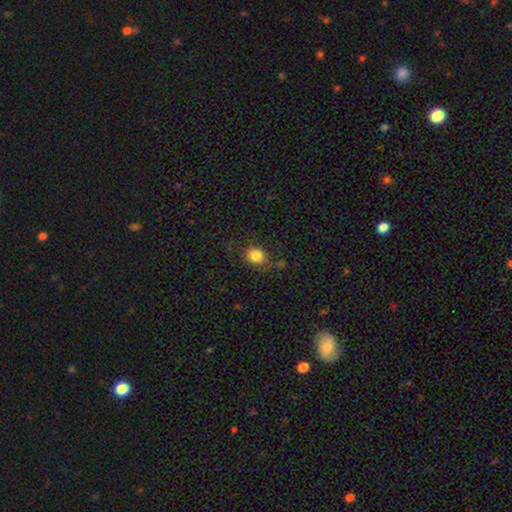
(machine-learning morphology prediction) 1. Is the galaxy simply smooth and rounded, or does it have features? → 84% smooth, 11% star or artifact, 5% featured or disk.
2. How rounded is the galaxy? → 80% round, 19% in between, 1% cigar-shaped.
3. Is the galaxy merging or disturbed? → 80% none, 13% minor disturbance, 4% major disturbance, 3% merger.